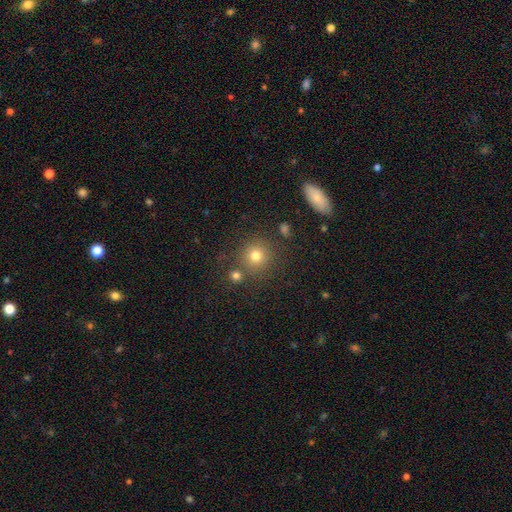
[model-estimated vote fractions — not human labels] The model was most divided on "smooth or featured": smooth: 77%, star or artifact: 16%, featured or disk: 8%. More confident: how rounded — round (93%); merging — none (80%).